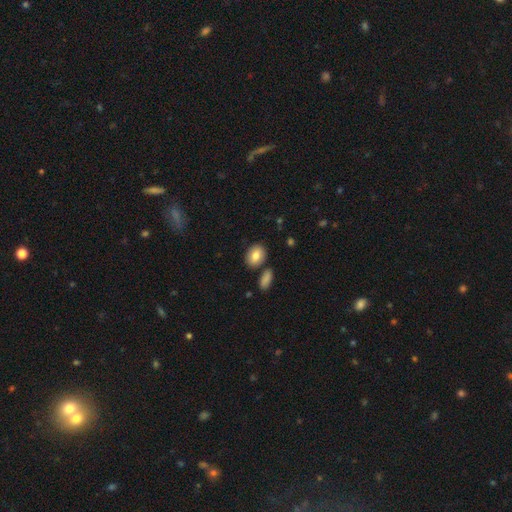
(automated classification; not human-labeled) Overall: smooth (83%). How rounded: in between (65%; round 33%). Merging: none (81%).